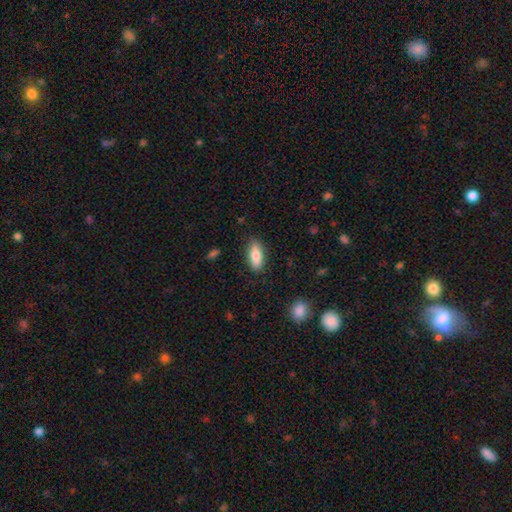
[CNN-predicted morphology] The model was most divided on "how rounded": in between: 74%, cigar-shaped: 23%, round: 3%. More confident: merging — none (86%); smooth or featured — smooth (78%).